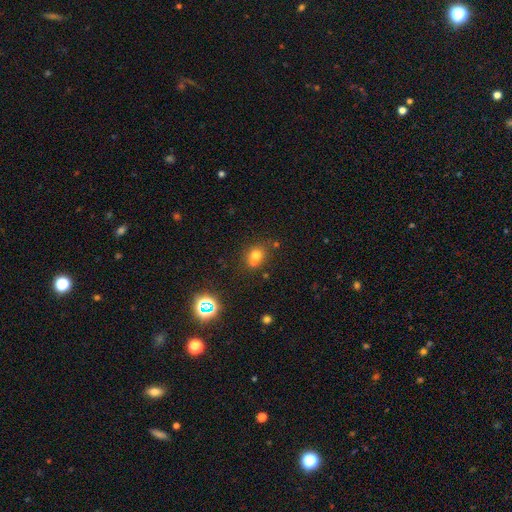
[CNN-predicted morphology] This is likely a smooth galaxy (70%). How rounded: likely round (70%). Merging: possibly none (49%).